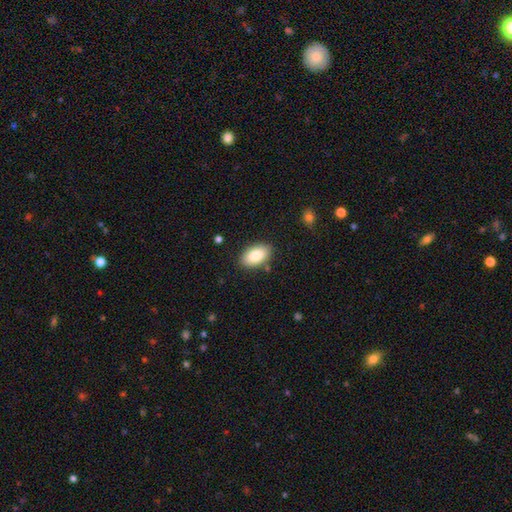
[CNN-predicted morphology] Q: Smooth or featured?
A: smooth (84%); runner-up: featured or disk (9%)
Q: How rounded?
A: in between (94%); runner-up: round (4%)
Q: Merging?
A: none (86%); runner-up: minor disturbance (10%)